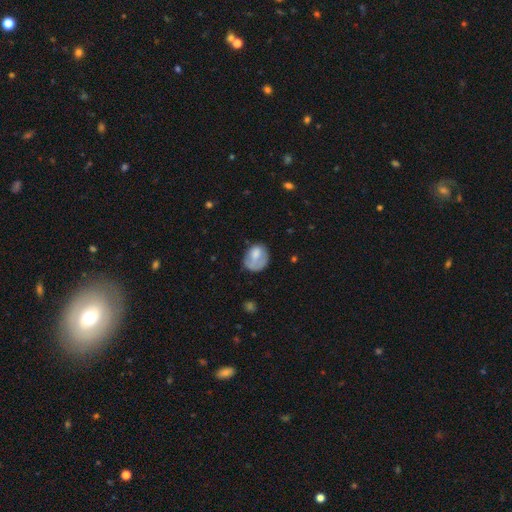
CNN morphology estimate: Overall: smooth (67%). How rounded: in between (52%; round 47%). Merging: none (46%; minor disturbance 30%).